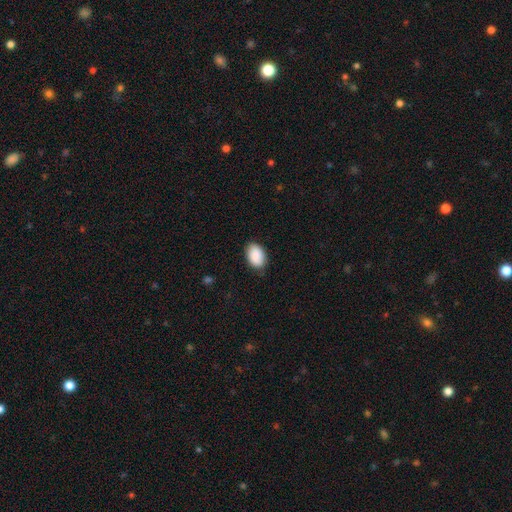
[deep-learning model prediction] Smooth or featured: smooth — 89% (star or artifact — 6%)
How rounded: in between — 89% (round — 10%)
Merging: none — 81% (minor disturbance — 16%)